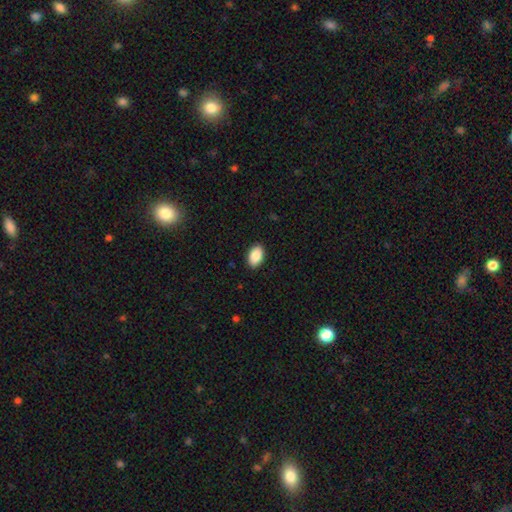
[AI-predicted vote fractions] Morphology: type=smooth (89%); roundness=in between (92%); merging=none (90%).